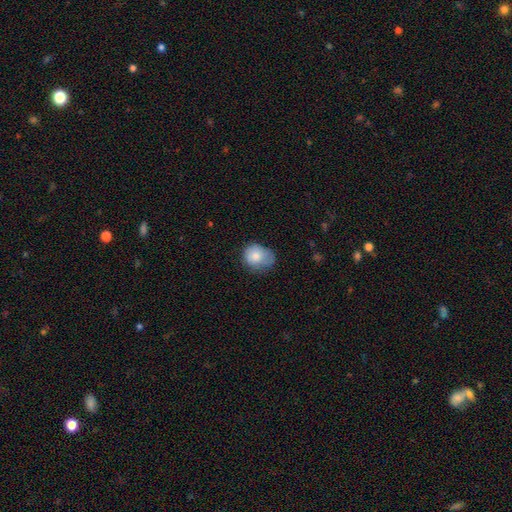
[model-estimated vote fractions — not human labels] Smooth or featured? Predicted: smooth (p=0.79). How rounded? Predicted: round (p=0.60). Merging? Predicted: none (p=0.43).